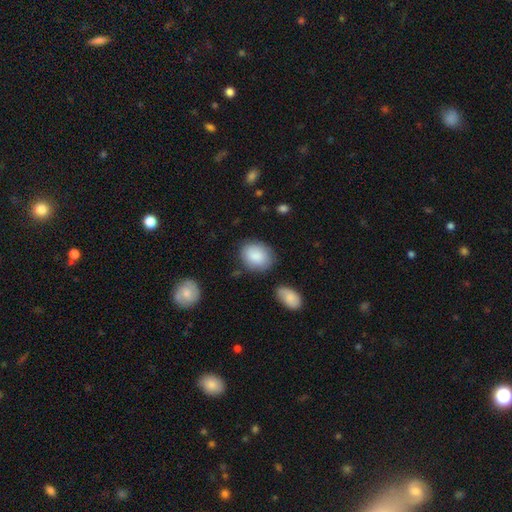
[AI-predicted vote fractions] Smooth or featured: smooth — 88% (star or artifact — 6%)
How rounded: in between — 59% (round — 39%)
Merging: none — 75% (minor disturbance — 15%)